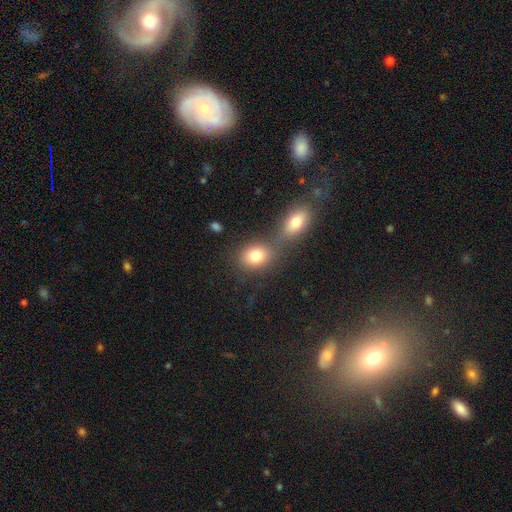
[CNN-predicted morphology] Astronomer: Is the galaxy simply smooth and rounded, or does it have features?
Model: smooth — 80%.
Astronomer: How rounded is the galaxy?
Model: in between — 53% (runner-up: round, 45%).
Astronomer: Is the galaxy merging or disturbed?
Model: none — 46% (runner-up: merger, 41%).